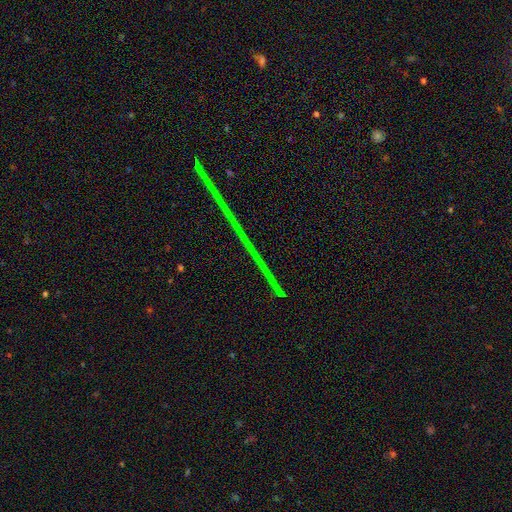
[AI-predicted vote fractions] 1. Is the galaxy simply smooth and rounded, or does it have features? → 75% star or artifact, 16% featured or disk, 9% smooth.